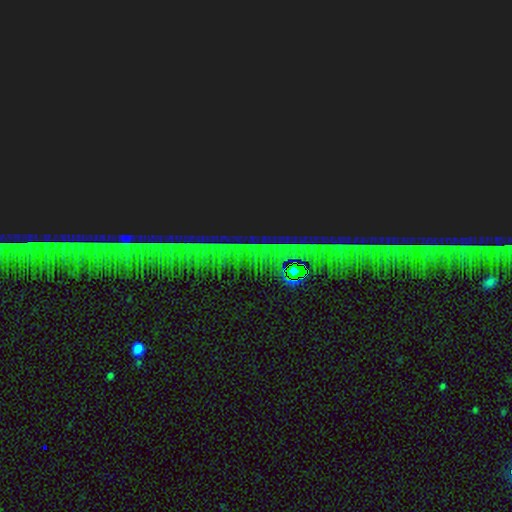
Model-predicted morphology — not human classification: A star or artifact, not a galaxy (87%).